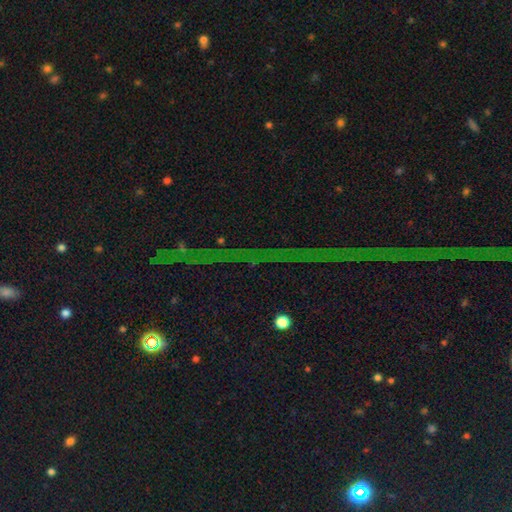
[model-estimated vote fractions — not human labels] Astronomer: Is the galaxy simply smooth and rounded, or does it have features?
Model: star or artifact — 84%.